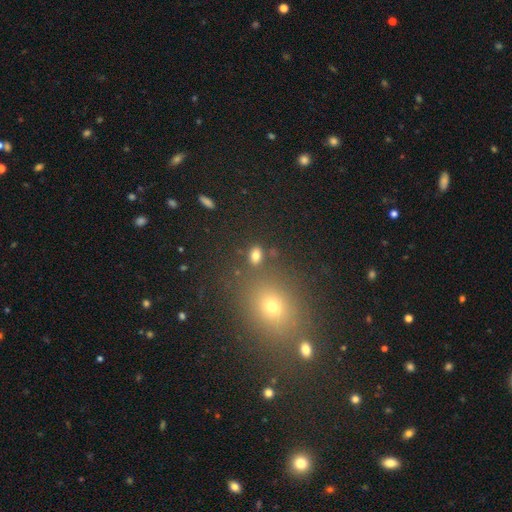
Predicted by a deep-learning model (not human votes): smooth-or-featured: smooth: 77% | star or artifact: 15% | featured or disk: 7%
  how-rounded: in between: 76% | round: 22% | cigar-shaped: 2%
  merging: none: 79% | minor disturbance: 10% | merger: 7% | major disturbance: 4%